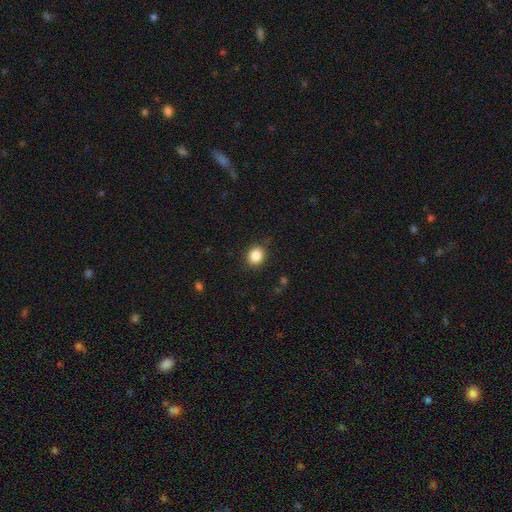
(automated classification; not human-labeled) Smooth or featured: smooth — 86% (star or artifact — 10%)
How rounded: round — 71% (in between — 28%)
Merging: none — 87% (minor disturbance — 9%)